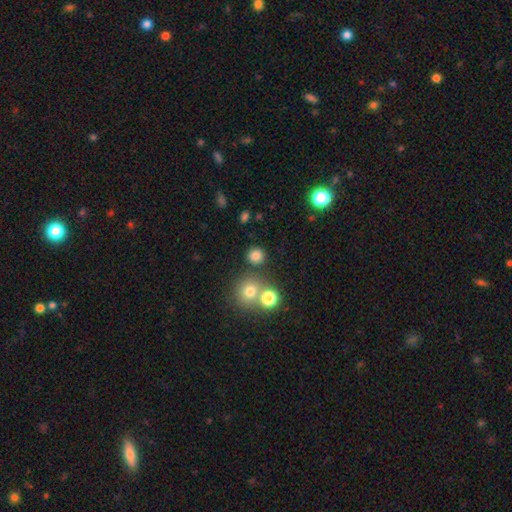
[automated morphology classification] Smooth or featured: smooth — 78% (star or artifact — 17%)
How rounded: round — 91% (in between — 8%)
Merging: none — 80% (merger — 9%)